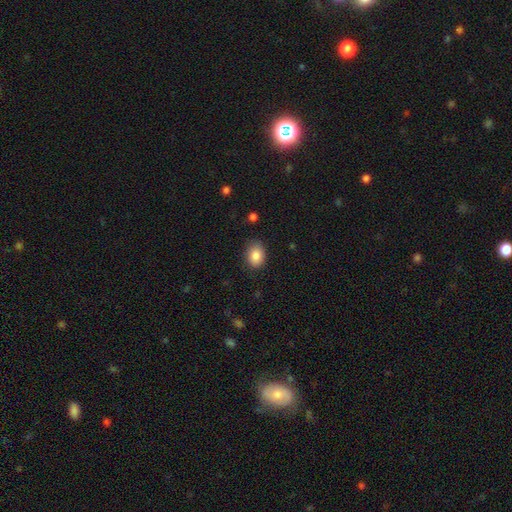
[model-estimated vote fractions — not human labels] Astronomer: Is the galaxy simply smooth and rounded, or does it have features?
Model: smooth — 86%.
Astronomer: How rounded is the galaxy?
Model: in between — 74%.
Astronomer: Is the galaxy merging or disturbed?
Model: none — 83%.